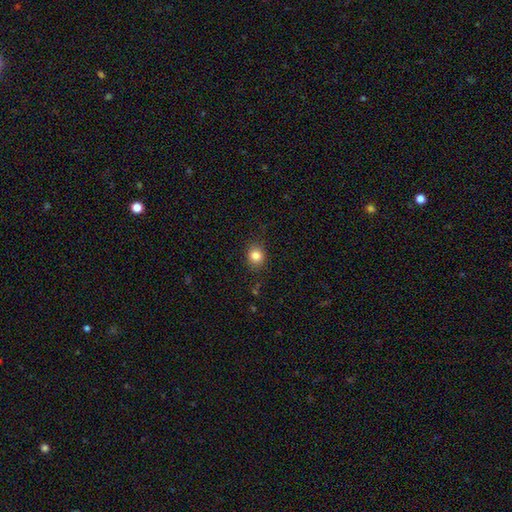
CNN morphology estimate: This appears to be a smooth galaxy with no disk features (83%) that is round (77%). Merging: none (86%).